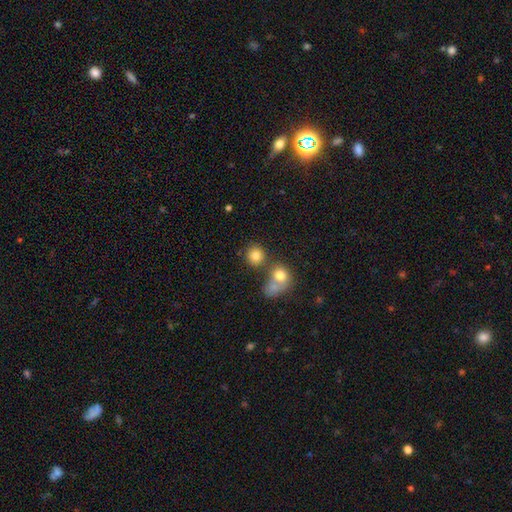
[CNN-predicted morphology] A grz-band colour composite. It shows a smooth galaxy with no disk features (80%) that is round (86%). Merging: none (61%).